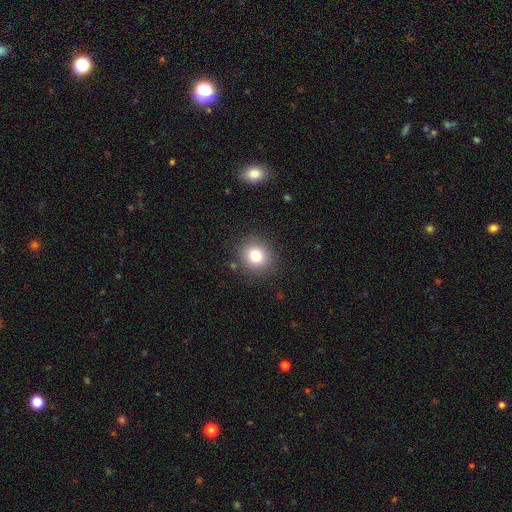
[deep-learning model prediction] smooth-or-featured: smooth: 79% | star or artifact: 13% | featured or disk: 8%
  how-rounded: round: 85% | in between: 14% | cigar-shaped: 1%
  merging: none: 87% | minor disturbance: 8% | major disturbance: 3% | merger: 2%